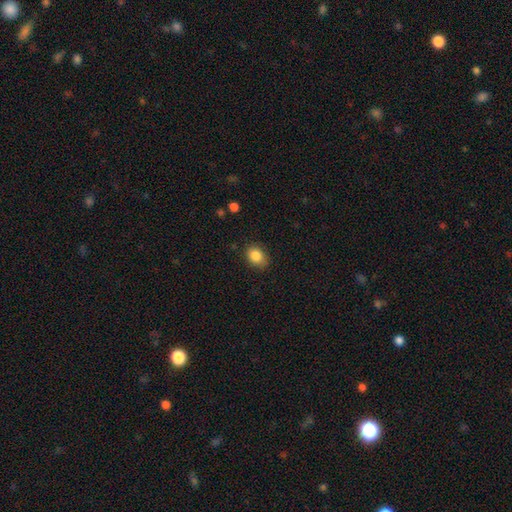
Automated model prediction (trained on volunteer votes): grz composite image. It shows a smooth galaxy with no disk features (86%) that is in between round and cigar-shaped (53%). Merging: none (82%).